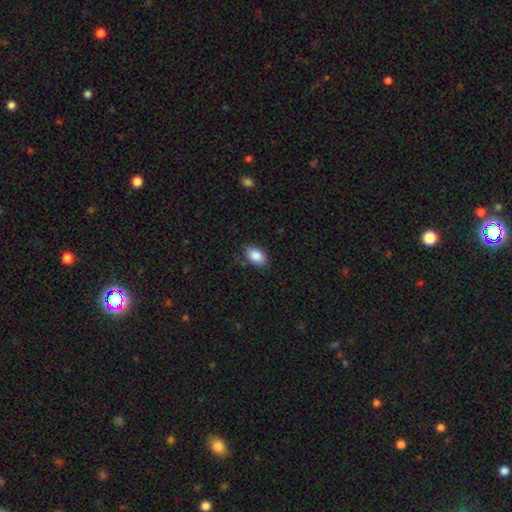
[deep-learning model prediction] Smooth or featured: smooth — 87% (star or artifact — 7%)
How rounded: in between — 90% (round — 9%)
Merging: none — 78% (minor disturbance — 17%)